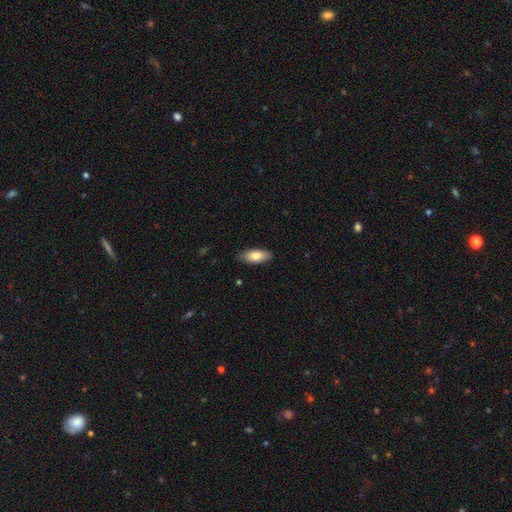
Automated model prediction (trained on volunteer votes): Q: Smooth or featured?
A: smooth (81%); runner-up: featured or disk (13%)
Q: How rounded?
A: in between (83%); runner-up: cigar-shaped (15%)
Q: Merging?
A: none (86%); runner-up: minor disturbance (11%)